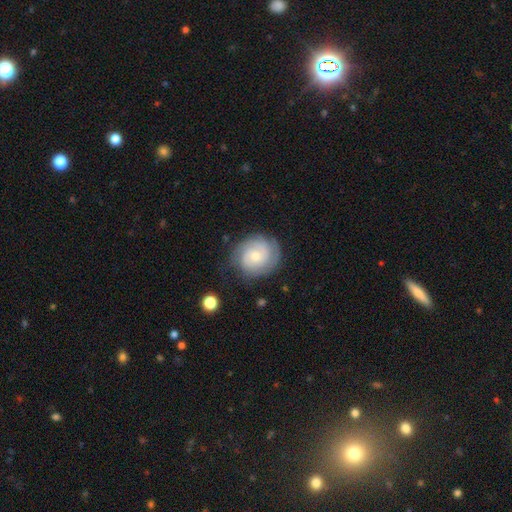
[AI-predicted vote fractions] Smooth or featured? featured or disk (69%)
Edge-on disk? no (98%)
Bar? no (72%)
Spiral arms? yes (92%)
Spiral winding? tight (63%)
Spiral arm count? 2 (49%)
Bulge size? small (58%)
Merging? none (74%)